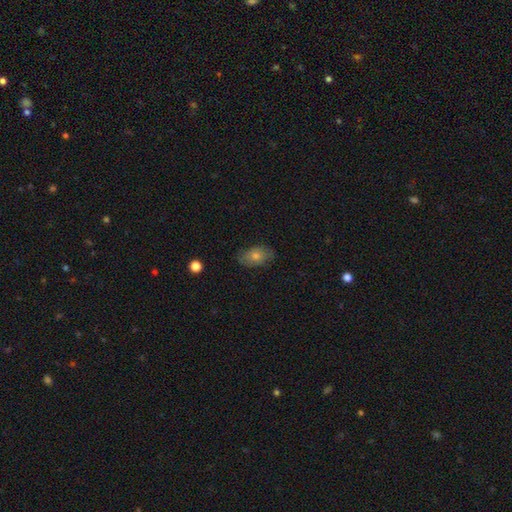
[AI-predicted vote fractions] A smooth galaxy with no disk features (66%) that is in between round and cigar-shaped (87%). Merging: none (79%).